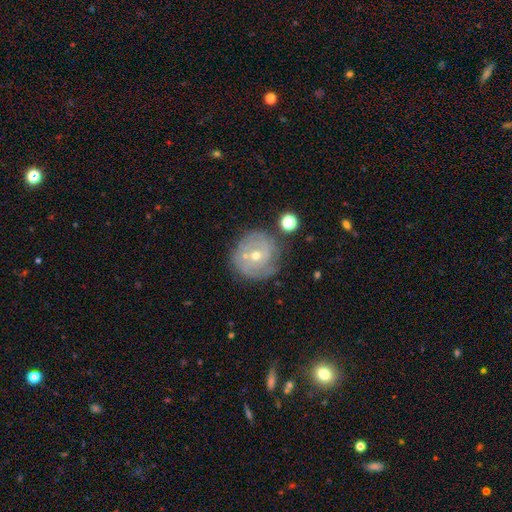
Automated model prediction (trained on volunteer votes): Smooth or featured? featured or disk (74%)
Edge-on disk? no (97%)
Bar? no (63%)
Spiral arms? yes (85%)
Spiral winding? tight (70%)
Spiral arm count? can't tell (41%)
Bulge size? small (53%)
Merging? none (72%)